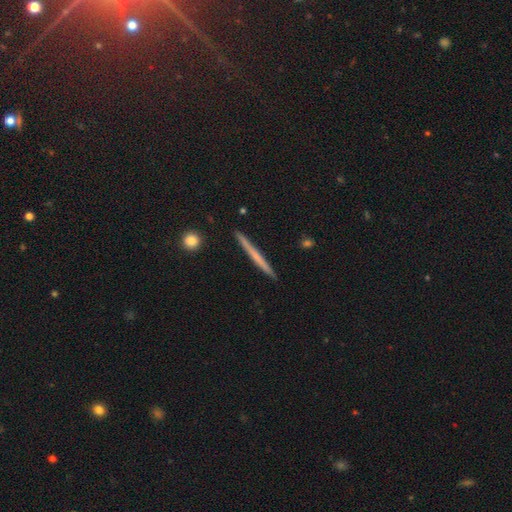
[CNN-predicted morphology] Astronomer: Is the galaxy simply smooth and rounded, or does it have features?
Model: featured or disk — 48% (runner-up: smooth, 46%).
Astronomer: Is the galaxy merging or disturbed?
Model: none — 92%.